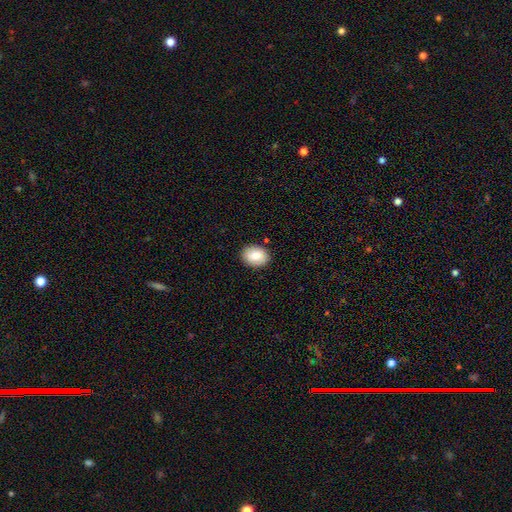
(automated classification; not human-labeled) Overall: smooth (77%). How rounded: in between (57%; round 42%). Merging: none (89%).